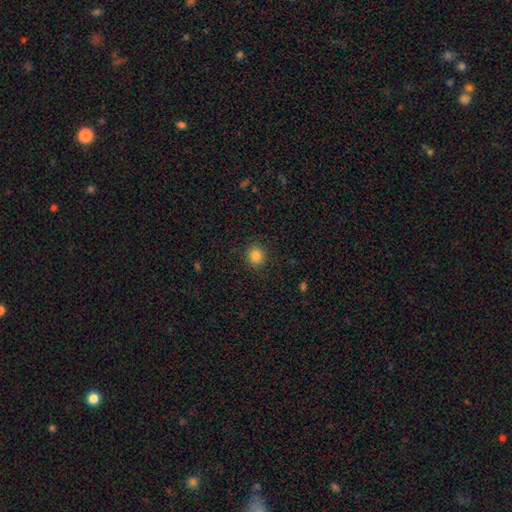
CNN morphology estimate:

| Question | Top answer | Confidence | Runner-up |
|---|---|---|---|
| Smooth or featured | smooth | 85% | star or artifact (11%) |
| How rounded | round | 83% | in between (16%) |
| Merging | none | 90% | minor disturbance (7%) |